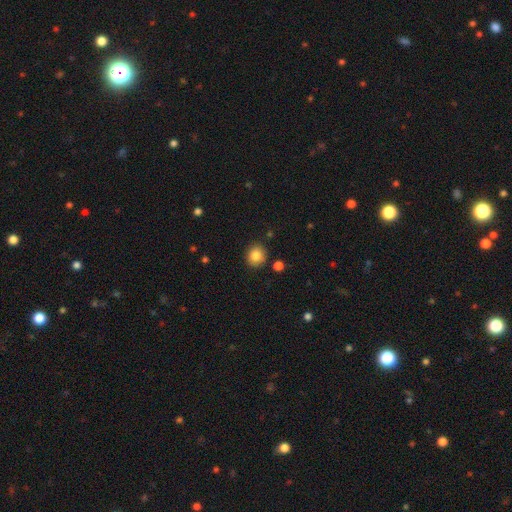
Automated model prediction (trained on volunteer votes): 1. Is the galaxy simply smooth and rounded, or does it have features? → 84% smooth, 10% star or artifact, 6% featured or disk.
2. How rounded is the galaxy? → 84% round, 15% in between, 1% cigar-shaped.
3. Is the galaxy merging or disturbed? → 87% none, 8% minor disturbance, 3% merger, 2% major disturbance.